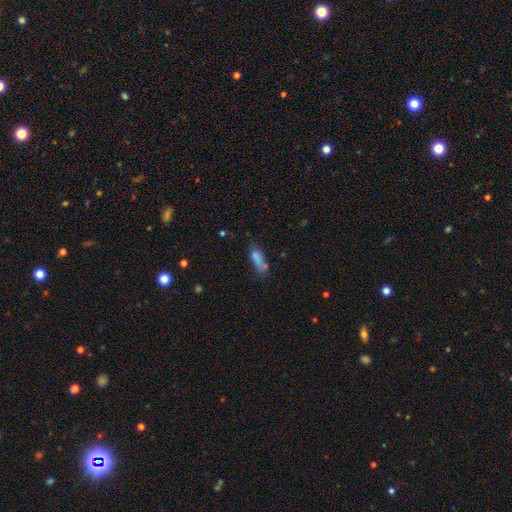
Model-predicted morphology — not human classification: smooth-or-featured: smooth: 73% | featured or disk: 15% | star or artifact: 12%
  how-rounded: in between: 61% | cigar-shaped: 36% | round: 4%
  merging: none: 44% | minor disturbance: 26% | major disturbance: 15% | merger: 15%